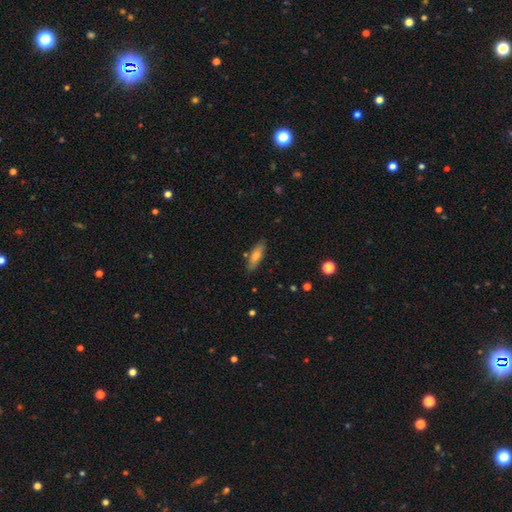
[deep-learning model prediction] Overall: smooth (67%). How rounded: cigar-shaped (52%; in between 45%). Merging: none (84%).